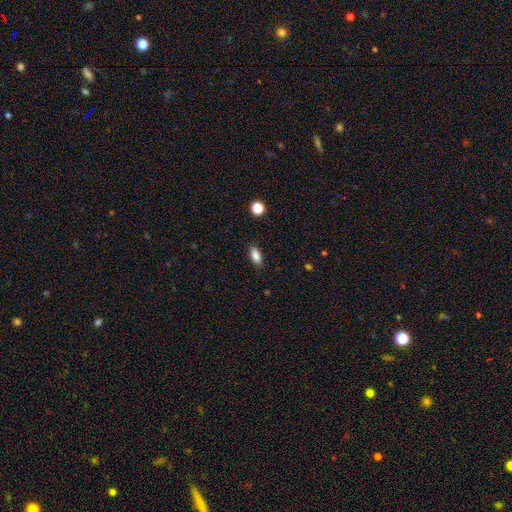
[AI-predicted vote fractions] Q: Smooth or featured?
A: smooth (85%); runner-up: star or artifact (9%)
Q: How rounded?
A: in between (86%); runner-up: cigar-shaped (9%)
Q: Merging?
A: none (88%); runner-up: minor disturbance (9%)